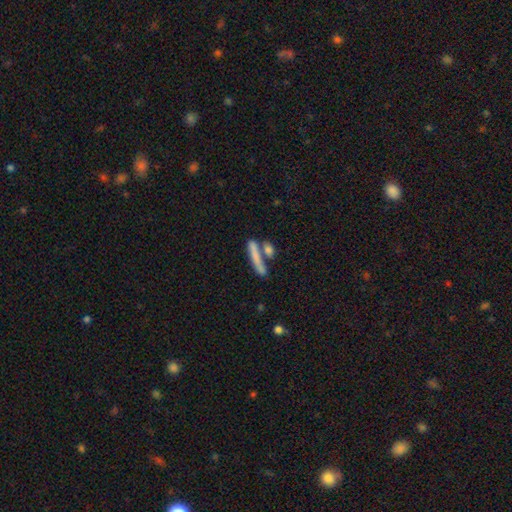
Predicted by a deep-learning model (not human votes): This appears to be a smooth galaxy with no disk features (72%) that is cigar-shaped (83%). Merging: none (55%).